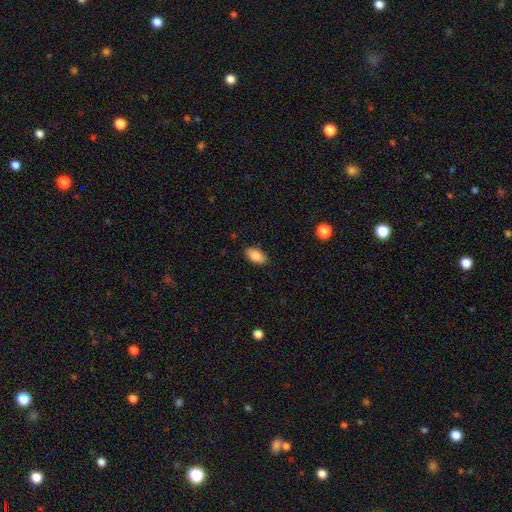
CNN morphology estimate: This appears to be a smooth galaxy with no disk features (87%) that is in between round and cigar-shaped (93%). Merging: none (87%).